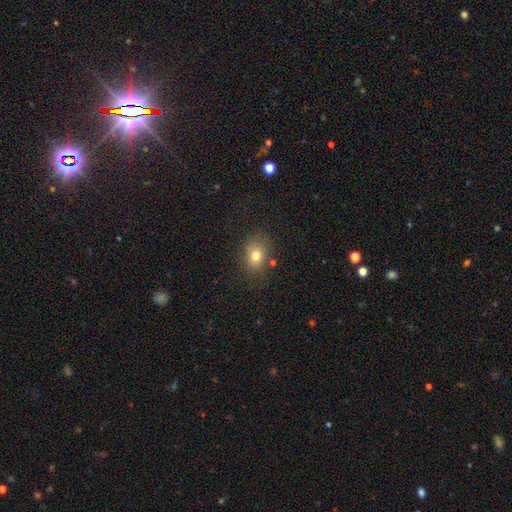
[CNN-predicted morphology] Smooth or featured?
  - smooth: 76% *
  - star or artifact: 13%
  - featured or disk: 11%
How rounded?
  - in between: 60% *
  - round: 39%
  - cigar-shaped: 1%
Merging?
  - none: 75% *
  - minor disturbance: 16%
  - major disturbance: 5%
  - merger: 4%